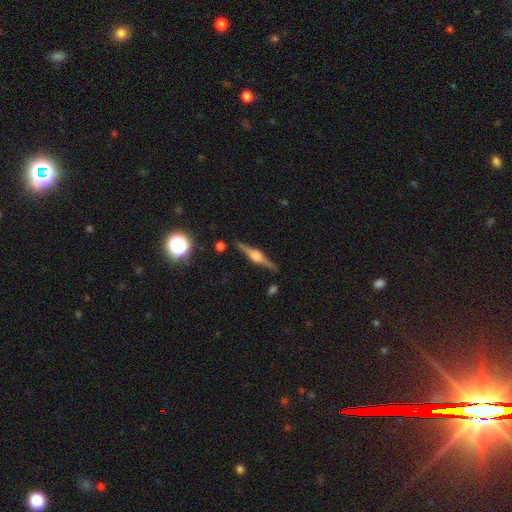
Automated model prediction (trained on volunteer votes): Morphology: type=featured or disk (85%); edge-on=yes (98%); edge-on bulge=rounded (87%); merging=none (88%).